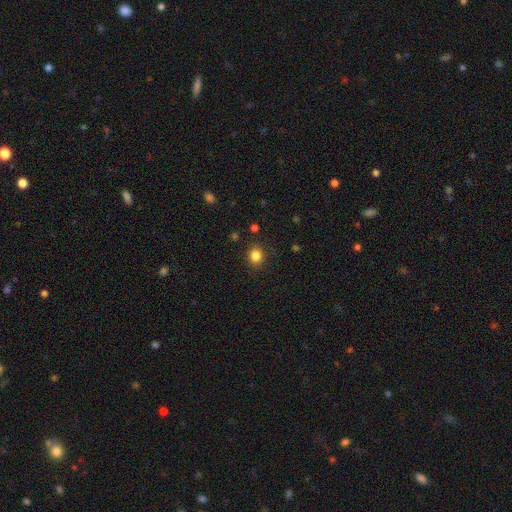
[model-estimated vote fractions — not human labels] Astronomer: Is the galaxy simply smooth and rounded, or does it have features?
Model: smooth — 84%.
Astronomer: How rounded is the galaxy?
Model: round — 69%.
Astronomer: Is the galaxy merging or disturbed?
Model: none — 88%.